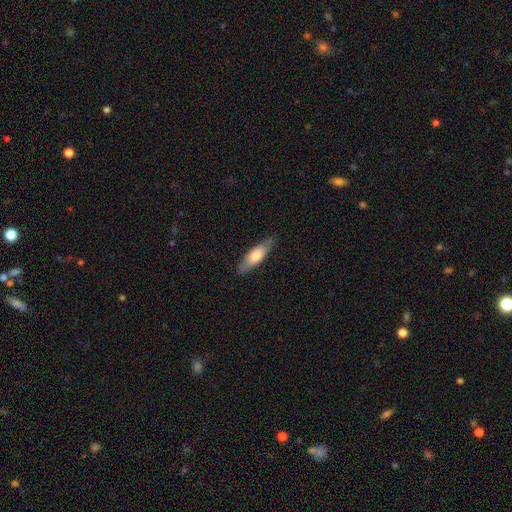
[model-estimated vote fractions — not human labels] Smooth or featured: smooth — 64% (featured or disk — 31%)
How rounded: cigar-shaped — 51% (in between — 47%)
Merging: none — 84% (minor disturbance — 13%)